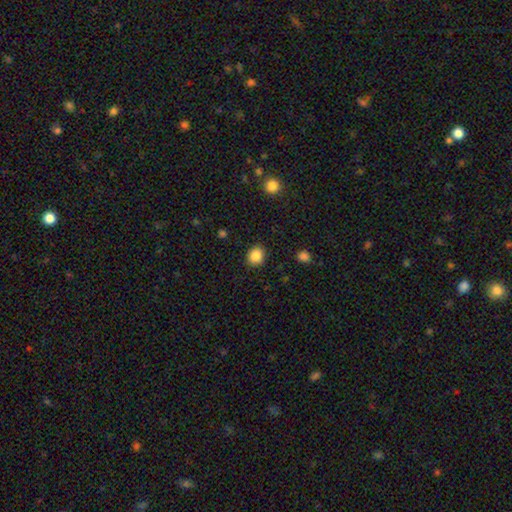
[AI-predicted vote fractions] Smooth or featured? Predicted: smooth (p=0.86). How rounded? Predicted: round (p=0.68). Merging? Predicted: none (p=0.87).